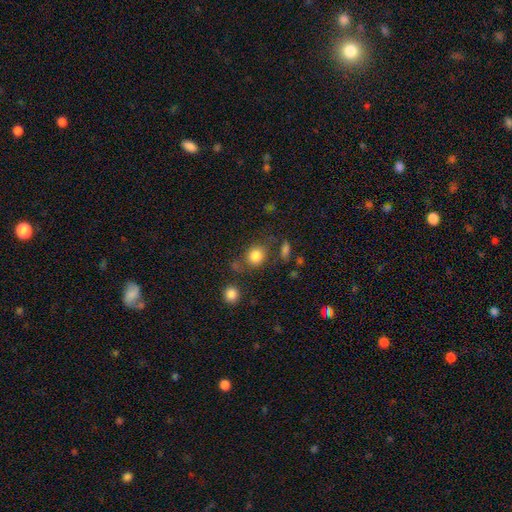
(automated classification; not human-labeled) Smooth or featured? smooth (83%)
How rounded? round (66%)
Merging? none (65%)